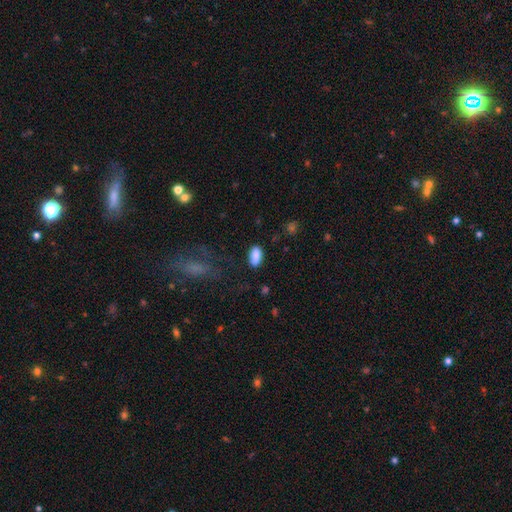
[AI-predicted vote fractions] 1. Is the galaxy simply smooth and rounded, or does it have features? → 88% smooth, 8% star or artifact, 5% featured or disk.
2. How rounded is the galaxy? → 91% in between, 6% cigar-shaped, 4% round.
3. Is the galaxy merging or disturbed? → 82% none, 13% minor disturbance, 4% major disturbance, 2% merger.